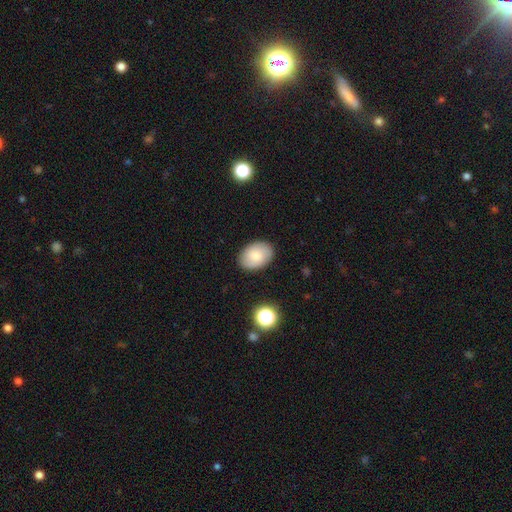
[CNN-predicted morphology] A smooth galaxy with no disk features (75%) that is in between round and cigar-shaped (82%).

Vote fractions:
- Smooth or featured? smooth: 75% / featured or disk: 18% / star or artifact: 8%
- How rounded? in between: 82% / round: 17% / cigar-shaped: 1%
- Merging? none: 87% / minor disturbance: 10% / major disturbance: 2% / merger: 1%